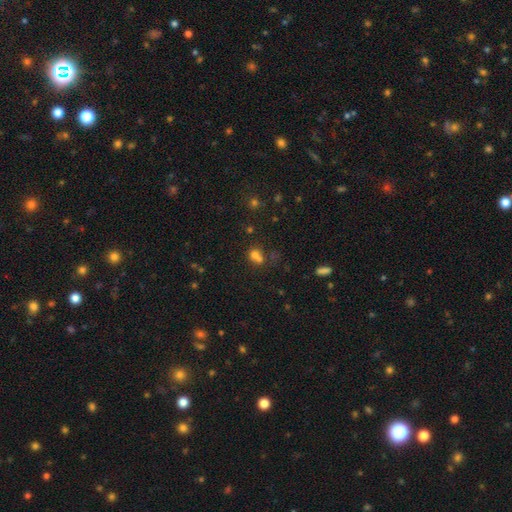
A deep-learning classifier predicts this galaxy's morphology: Overall: smooth (67%). How rounded: round (65%; in between 34%). Merging: merger (54%; none 33%).